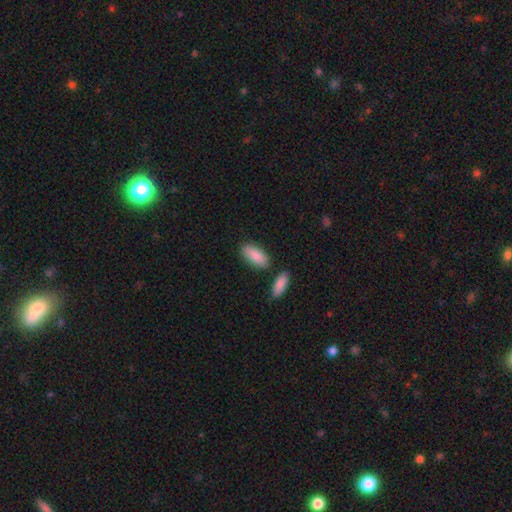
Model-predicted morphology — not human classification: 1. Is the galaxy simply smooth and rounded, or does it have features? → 86% smooth, 8% featured or disk, 5% star or artifact.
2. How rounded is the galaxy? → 84% in between, 13% cigar-shaped, 2% round.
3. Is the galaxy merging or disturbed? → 75% none, 13% minor disturbance, 9% merger, 3% major disturbance.